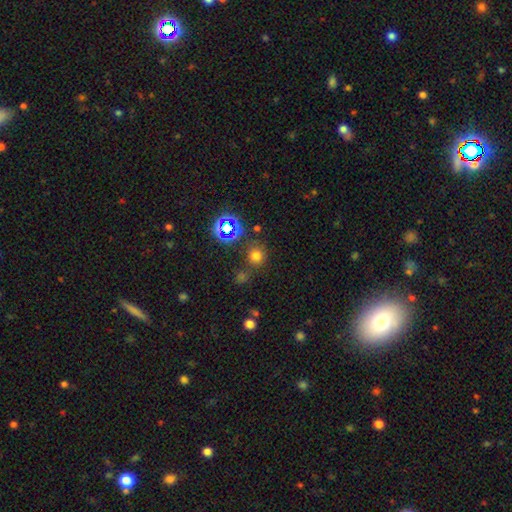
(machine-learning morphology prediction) type=smooth (67%); roundness=round (89%); merging=none (77%).